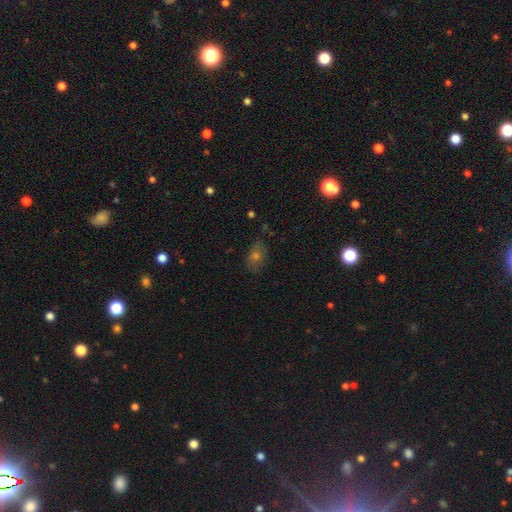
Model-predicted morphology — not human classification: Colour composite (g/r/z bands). It shows a smooth galaxy with no disk features (53%) that is in between round and cigar-shaped (67%). Merging: none (77%).